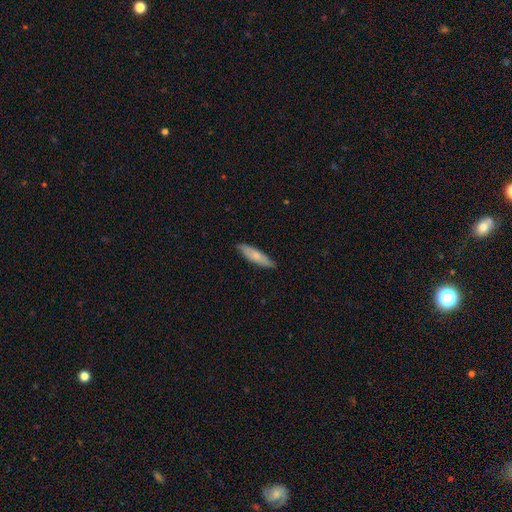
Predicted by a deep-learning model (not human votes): This is likely a smooth galaxy (71%). How rounded: likely cigar-shaped (68%). Merging: clearly none (84%).